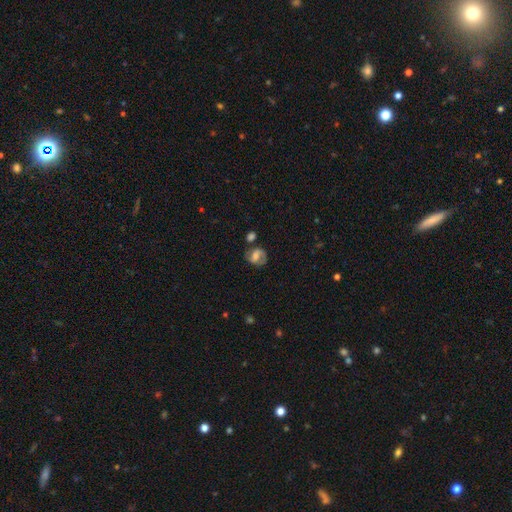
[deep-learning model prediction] The model was most divided on "bar": weak: 47%, no: 27%, strong: 26%. More confident: edge-on disk — no (97%); spiral arms — yes (87%); spiral arm count — 2 (86%); merging — none (68%); smooth or featured — featured or disk (66%); bulge size — moderate (53%); spiral winding — medium (50%).